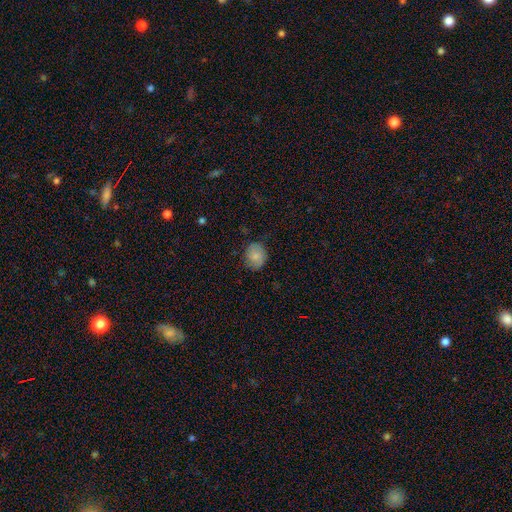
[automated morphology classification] Smooth or featured: smooth — 76% (featured or disk — 16%)
How rounded: round — 58% (in between — 41%)
Merging: none — 74% (minor disturbance — 20%)